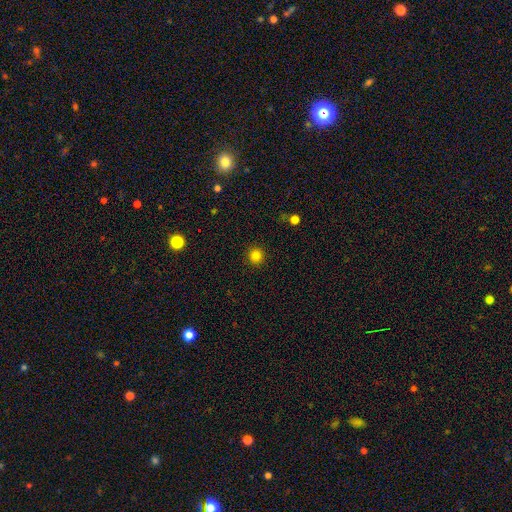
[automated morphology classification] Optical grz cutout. It shows a smooth galaxy with no disk features (82%) that is round (95%). Merging: none (92%).